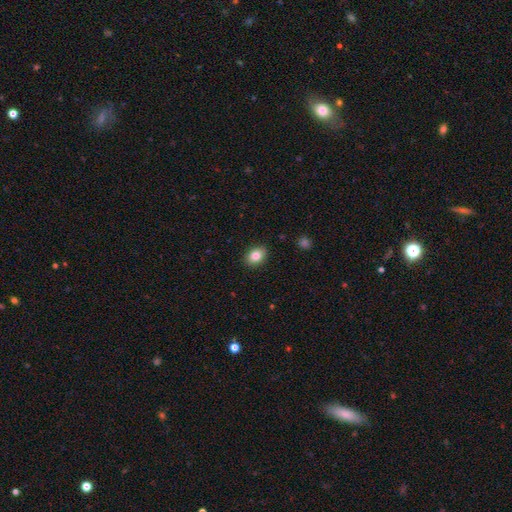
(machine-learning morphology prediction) smooth-or-featured: smooth: 83% | star or artifact: 8% | featured or disk: 8%
  how-rounded: in between: 78% | round: 21% | cigar-shaped: 1%
  merging: none: 89% | minor disturbance: 8% | major disturbance: 2% | merger: 1%